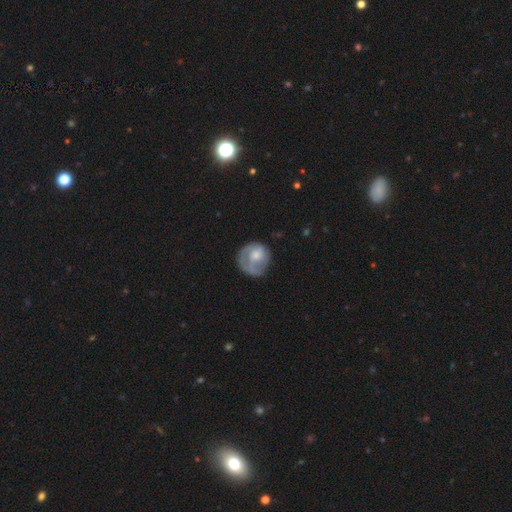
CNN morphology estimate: type=smooth (47%); merging=none (53%).